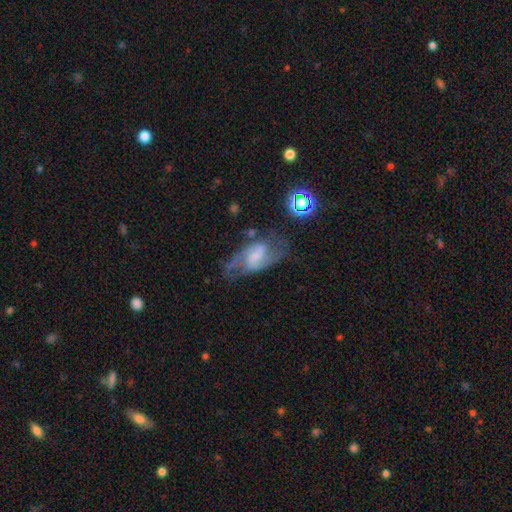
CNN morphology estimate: smooth_or_featured: featured or disk (p=0.77) [alt: smooth p=0.15]
disk_edge_on: no (p=0.96) [alt: yes p=0.04]
bar: weak (p=0.55) [alt: no p=0.25]
has_spiral_arms: yes (p=0.92) [alt: no p=0.08]
spiral_winding: medium (p=0.52) [alt: loose p=0.32]
spiral_arm_count: 2 (p=0.81) [alt: can't tell p=0.09]
bulge_size: small (p=0.36) [alt: none p=0.34]
merging: none (p=0.55) [alt: minor disturbance p=0.23]